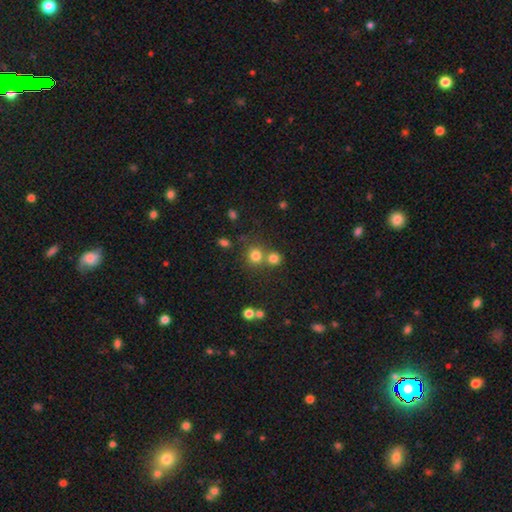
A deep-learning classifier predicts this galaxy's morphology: This appears to be a smooth galaxy with no disk features (77%) that is round (87%). Merging: none (60%).